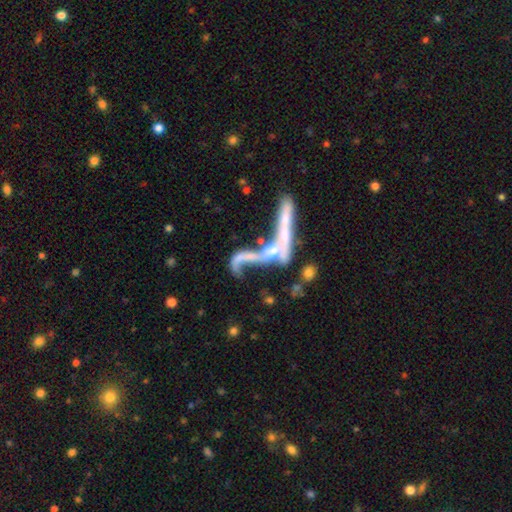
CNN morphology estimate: A featured or disk galaxy (69%). Merging: merger (60%).